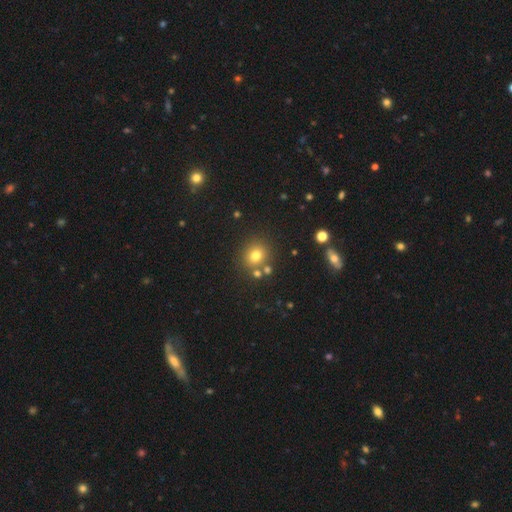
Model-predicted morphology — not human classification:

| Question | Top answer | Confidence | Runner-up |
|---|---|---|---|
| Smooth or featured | smooth | 75% | star or artifact (17%) |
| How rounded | round | 81% | in between (18%) |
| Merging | none | 77% | merger (11%) |